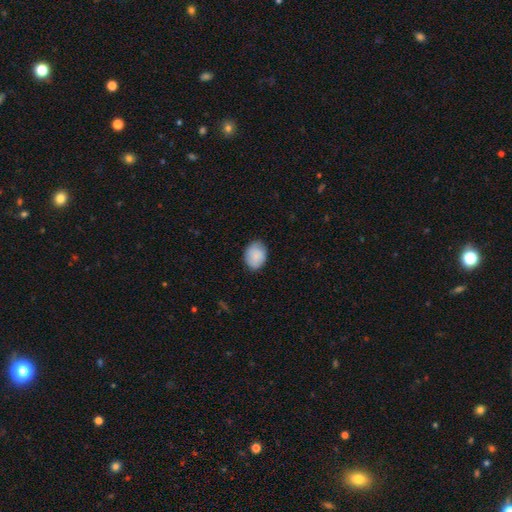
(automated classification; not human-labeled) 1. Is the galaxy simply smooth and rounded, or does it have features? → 86% smooth, 7% featured or disk, 6% star or artifact.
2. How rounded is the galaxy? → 63% in between, 36% round, 1% cigar-shaped.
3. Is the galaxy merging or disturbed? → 80% none, 16% minor disturbance, 3% major disturbance, 1% merger.